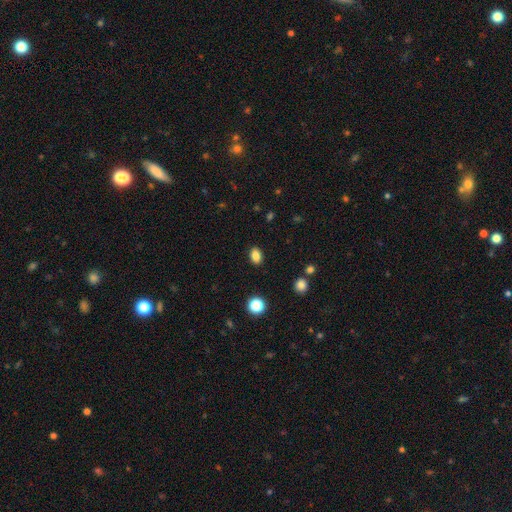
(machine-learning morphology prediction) A smooth galaxy with no disk features (84%) that is in between round and cigar-shaped (78%). Merging: none (89%).